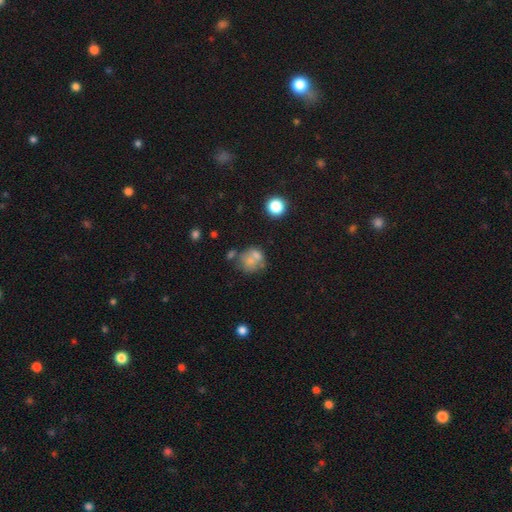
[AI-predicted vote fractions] smooth_or_featured: smooth (p=0.44) [alt: star or artifact p=0.37]
merging: none (p=0.64) [alt: minor disturbance p=0.15]